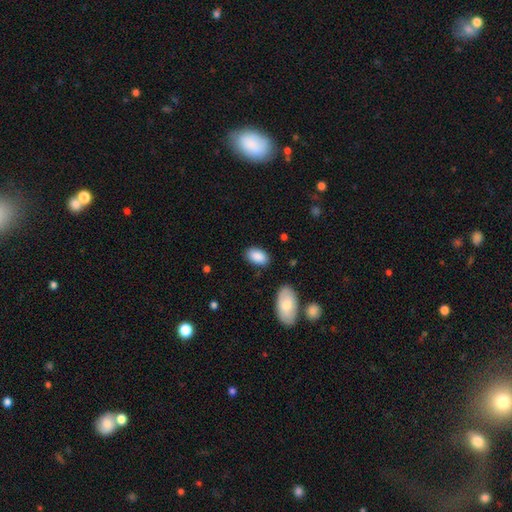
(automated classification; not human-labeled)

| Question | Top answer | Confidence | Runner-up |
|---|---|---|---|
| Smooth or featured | smooth | 89% | star or artifact (6%) |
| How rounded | in between | 94% | round (5%) |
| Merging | none | 84% | minor disturbance (11%) |